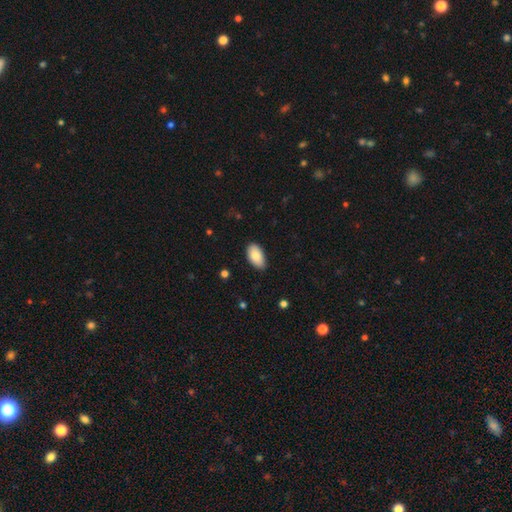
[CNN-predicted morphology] This appears to be a smooth galaxy with no disk features (84%) that is in between round and cigar-shaped (95%). Merging: none (85%).